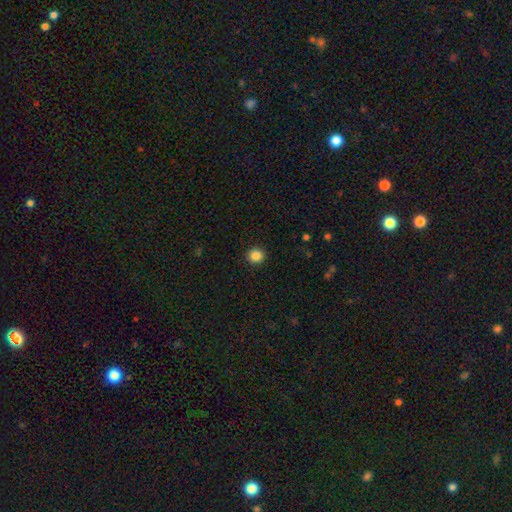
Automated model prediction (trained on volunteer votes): This is clearly a smooth galaxy (87%). How rounded: clearly round (90%). Merging: clearly none (92%).